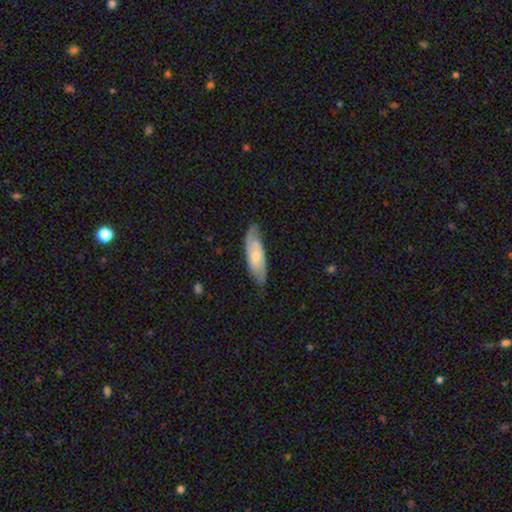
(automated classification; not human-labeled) Smooth or featured?
  - featured or disk: 51% *
  - smooth: 44%
  - star or artifact: 5%
Edge-on disk?
  - no: 77% *
  - yes: 23%
Merging?
  - none: 72% *
  - minor disturbance: 22%
  - major disturbance: 5%
  - merger: 1%